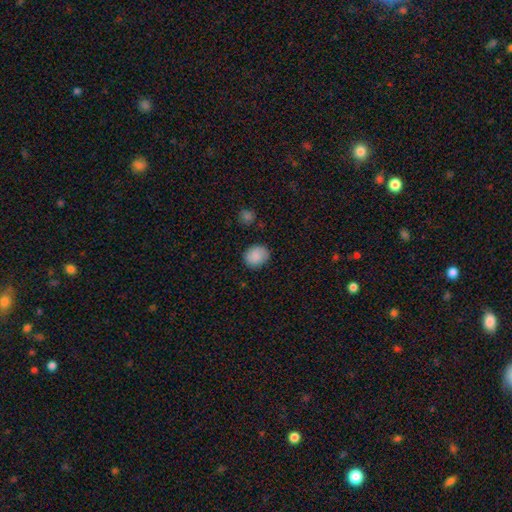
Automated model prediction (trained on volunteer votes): Morphology: type=smooth (85%); roundness=round (66%); merging=none (83%).